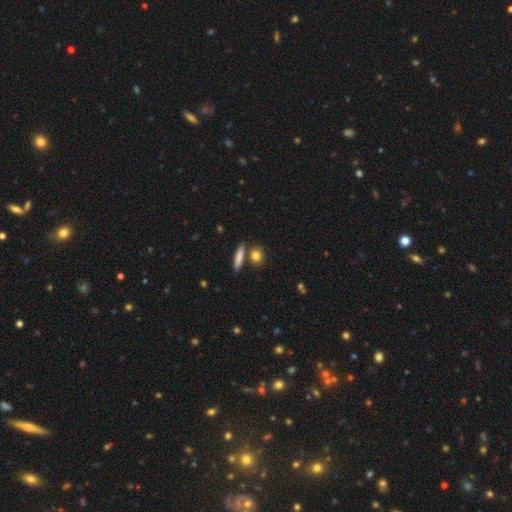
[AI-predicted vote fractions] Q: Smooth or featured?
A: smooth (83%); runner-up: featured or disk (9%)
Q: How rounded?
A: round (42%); runner-up: in between (34%)
Q: Merging?
A: none (75%); runner-up: merger (13%)